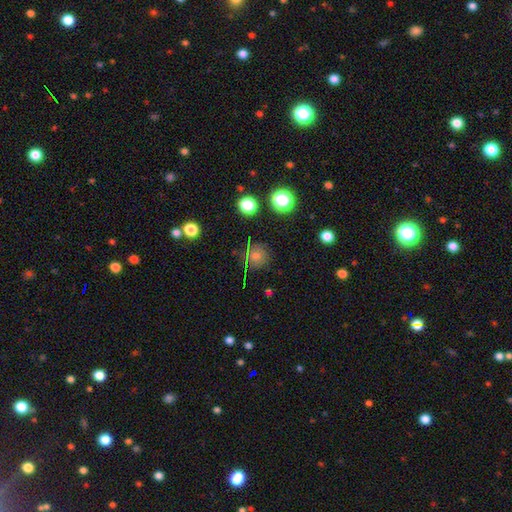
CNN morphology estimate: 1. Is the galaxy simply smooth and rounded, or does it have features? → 54% smooth, 28% star or artifact, 18% featured or disk.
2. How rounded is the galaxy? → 92% round, 7% in between, 1% cigar-shaped.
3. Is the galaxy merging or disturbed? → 80% none, 12% minor disturbance, 5% major disturbance, 3% merger.